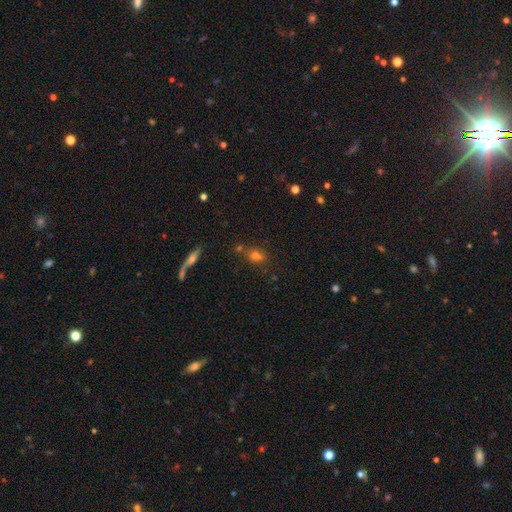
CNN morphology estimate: This is likely a smooth galaxy (65%). How rounded: possibly in between (48%). Merging: likely none (65%).